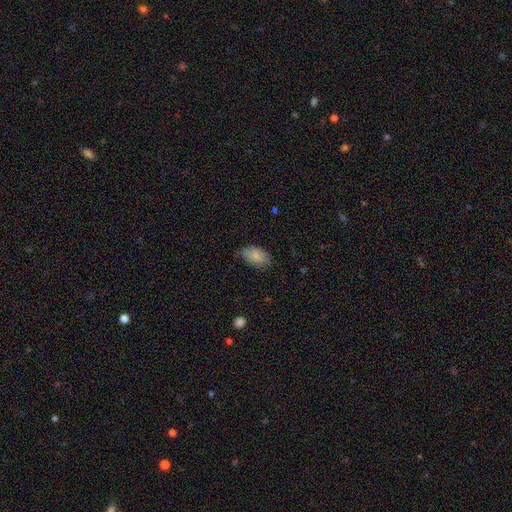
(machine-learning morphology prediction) smooth_or_featured: smooth (p=0.83) [alt: featured or disk p=0.11]
how_rounded: in between (p=0.92) [alt: round p=0.06]
merging: none (p=0.67) [alt: minor disturbance p=0.26]